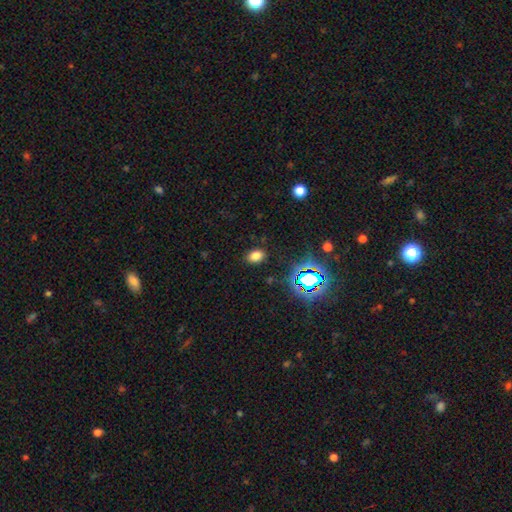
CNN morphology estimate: A smooth galaxy with no disk features (74%) that is in between round and cigar-shaped (77%).

Vote fractions:
- Smooth or featured? smooth: 74% / star or artifact: 20% / featured or disk: 6%
- How rounded? in between: 77% / round: 21% / cigar-shaped: 1%
- Merging? none: 87% / minor disturbance: 9% / major disturbance: 3% / merger: 1%